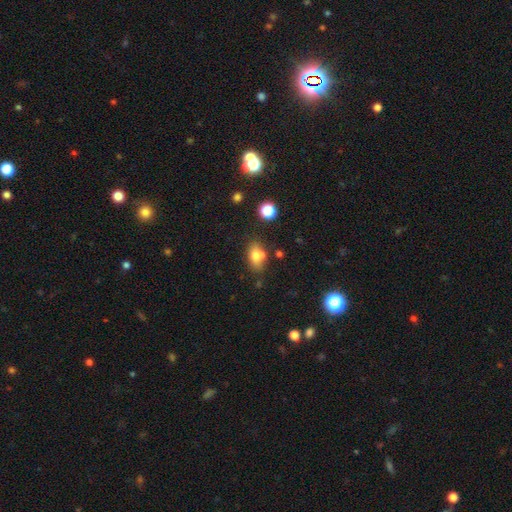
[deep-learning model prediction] Q: Smooth or featured?
A: smooth (73%); runner-up: featured or disk (15%)
Q: How rounded?
A: in between (79%); runner-up: round (18%)
Q: Merging?
A: none (58%); runner-up: merger (22%)